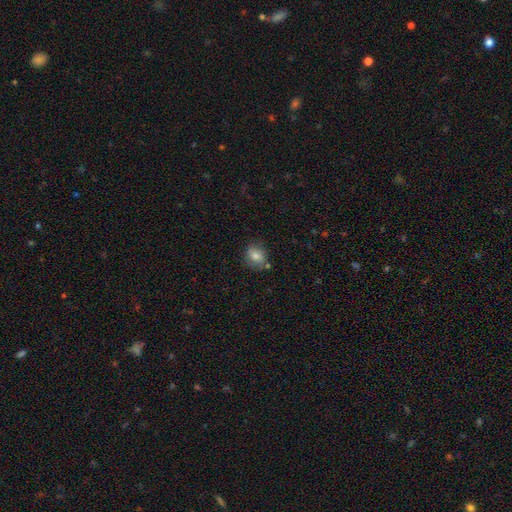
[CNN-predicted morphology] Overall: smooth (76%). How rounded: round (59%; in between 40%). Merging: none (73%).